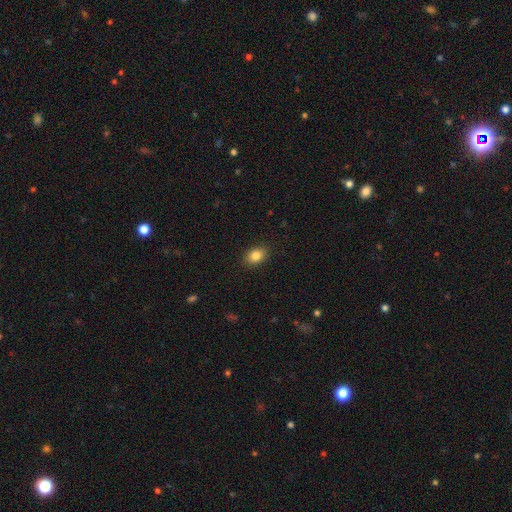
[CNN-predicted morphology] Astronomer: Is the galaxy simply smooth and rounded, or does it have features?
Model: smooth — 85%.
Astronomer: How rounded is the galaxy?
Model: in between — 74%.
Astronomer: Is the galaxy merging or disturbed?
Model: none — 89%.